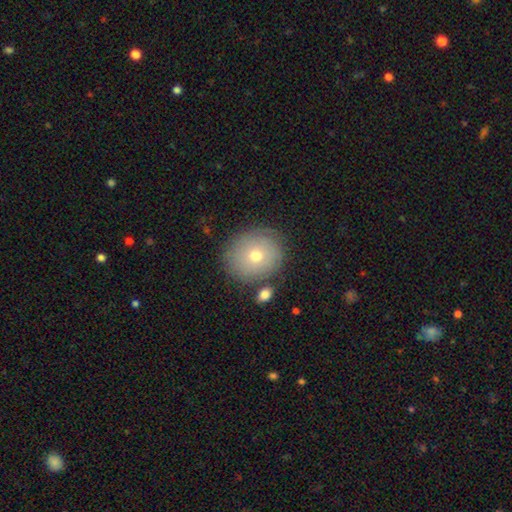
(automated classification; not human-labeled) smooth-or-featured: smooth: 68% | featured or disk: 21% | star or artifact: 10%
  how-rounded: round: 84% | in between: 15% | cigar-shaped: 1%
  merging: none: 80% | minor disturbance: 12% | merger: 5% | major disturbance: 3%